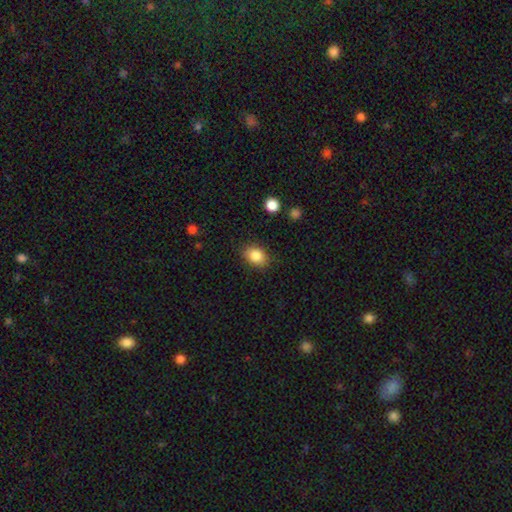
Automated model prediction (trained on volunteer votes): This is clearly a smooth galaxy (85%). How rounded: likely in between (67%). Merging: clearly none (83%).